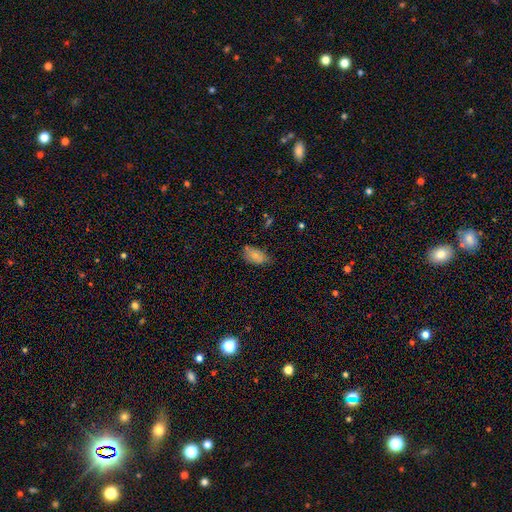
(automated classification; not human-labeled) Smooth or featured: smooth — 79% (featured or disk — 11%)
How rounded: in between — 92% (round — 5%)
Merging: none — 59% (minor disturbance — 32%)